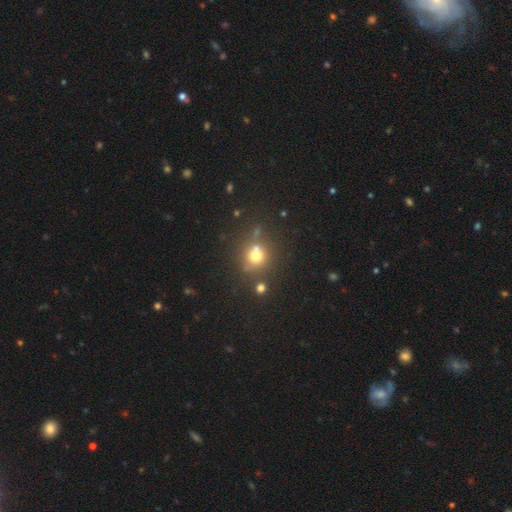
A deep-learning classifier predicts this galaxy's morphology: smooth-or-featured: smooth: 67% | star or artifact: 20% | featured or disk: 13%
  how-rounded: round: 86% | in between: 13% | cigar-shaped: 1%
  merging: none: 61% | merger: 23% | minor disturbance: 11% | major disturbance: 5%